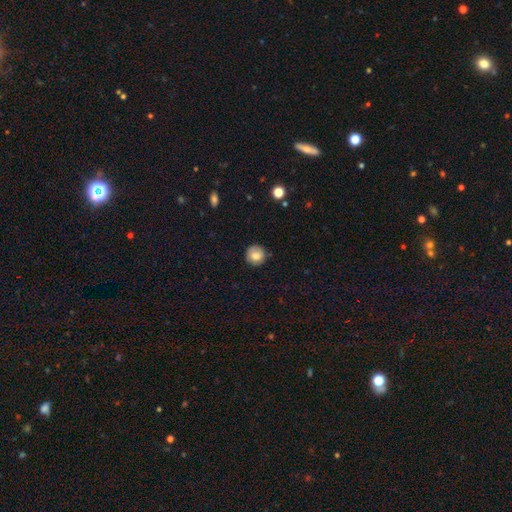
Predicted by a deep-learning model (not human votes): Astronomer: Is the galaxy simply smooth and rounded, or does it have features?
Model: smooth — 77%.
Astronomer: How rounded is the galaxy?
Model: round — 91%.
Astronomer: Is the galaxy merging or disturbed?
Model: none — 83%.